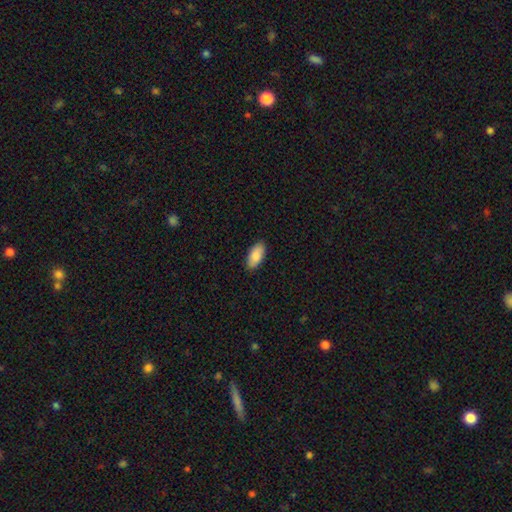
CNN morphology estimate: smooth_or_featured: smooth (p=0.85) [alt: featured or disk p=0.09]
how_rounded: in between (p=0.91) [alt: cigar-shaped p=0.07]
merging: none (p=0.89) [alt: minor disturbance p=0.08]